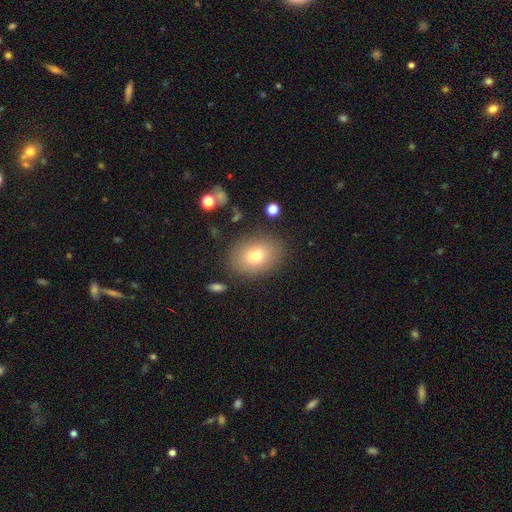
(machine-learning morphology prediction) Smooth or featured?
  - smooth: 74% *
  - featured or disk: 15%
  - star or artifact: 11%
How rounded?
  - in between: 68% *
  - round: 31%
  - cigar-shaped: 1%
Merging?
  - none: 83% *
  - minor disturbance: 11%
  - major disturbance: 4%
  - merger: 2%